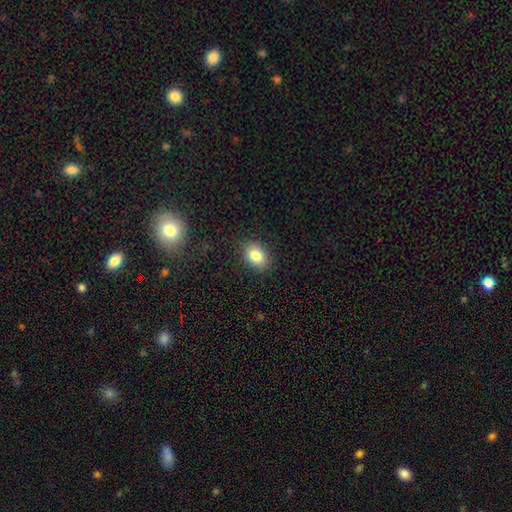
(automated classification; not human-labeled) smooth-or-featured: smooth: 81% | star or artifact: 9% | featured or disk: 9%
  how-rounded: in between: 72% | round: 26% | cigar-shaped: 1%
  merging: none: 87% | minor disturbance: 9% | major disturbance: 3% | merger: 1%